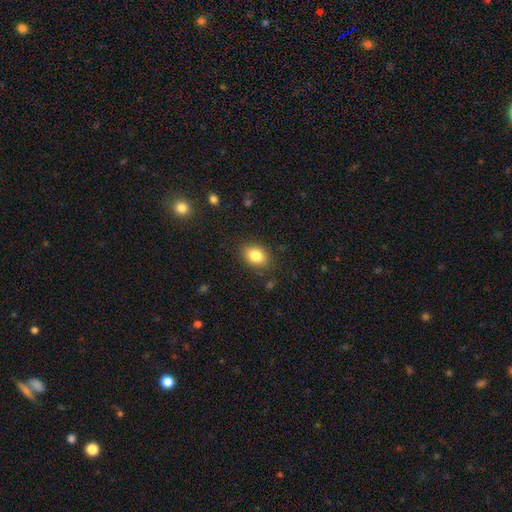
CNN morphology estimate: Smooth or featured? smooth (84%)
How rounded? in between (74%)
Merging? none (86%)